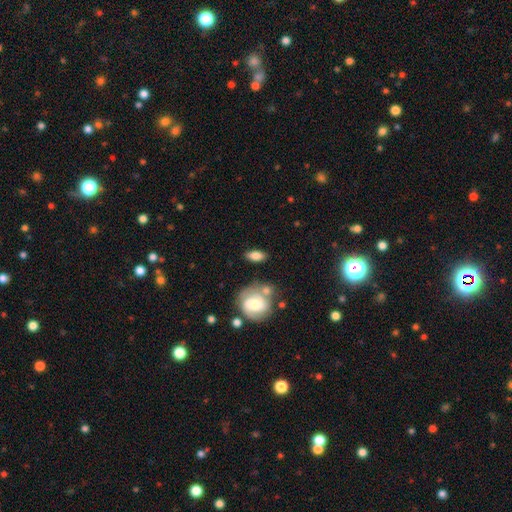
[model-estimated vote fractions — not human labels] This appears to be a smooth galaxy with no disk features (79%) that is in between round and cigar-shaped (80%). Merging: none (75%).